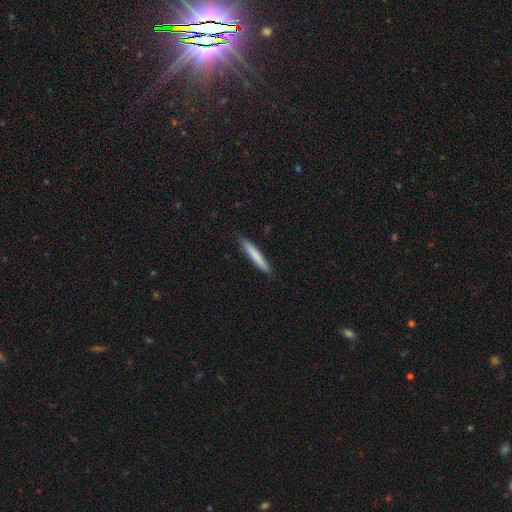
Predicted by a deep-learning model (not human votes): Q: Smooth or featured?
A: smooth (78%); runner-up: featured or disk (16%)
Q: How rounded?
A: cigar-shaped (94%); runner-up: in between (5%)
Q: Merging?
A: none (89%); runner-up: minor disturbance (9%)